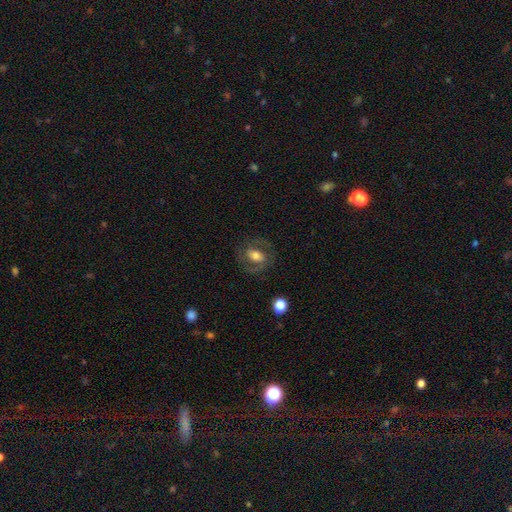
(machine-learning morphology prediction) This appears to be a featured or disk galaxy (53%) with no bar (42%), spiral arms (69%) and a moderate central bulge (57%). Merging: none (72%).